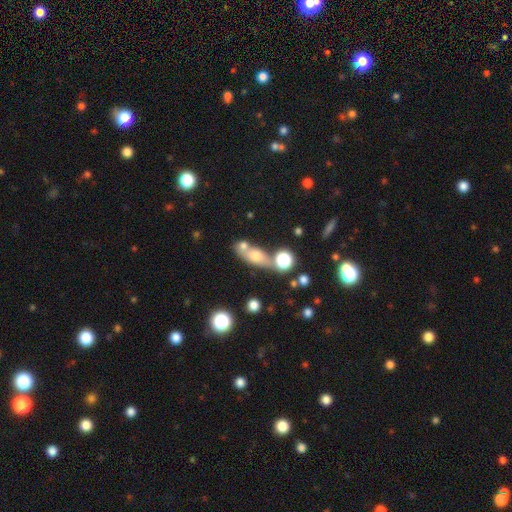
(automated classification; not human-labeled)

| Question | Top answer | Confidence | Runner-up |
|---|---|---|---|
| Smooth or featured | smooth | 62% | featured or disk (26%) |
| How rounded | in between | 62% | cigar-shaped (21%) |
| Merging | none | 47% | merger (34%) |